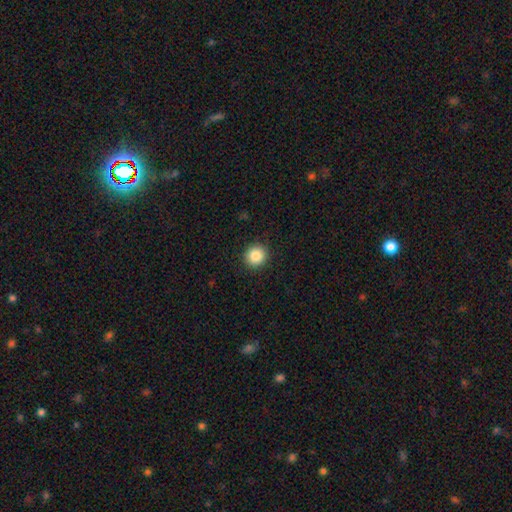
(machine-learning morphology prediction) The model was most divided on "smooth or featured": smooth: 86%, star or artifact: 9%, featured or disk: 4%. More confident: how rounded — round (92%); merging — none (92%).